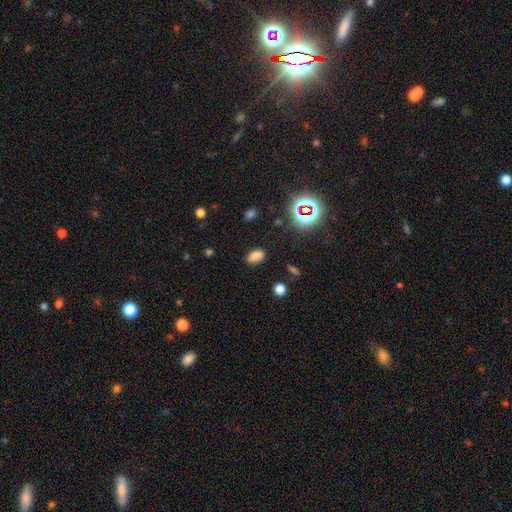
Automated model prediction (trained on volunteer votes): smooth_or_featured: smooth (p=0.75) [alt: star or artifact p=0.18]
how_rounded: in between (p=0.88) [alt: round p=0.09]
merging: none (p=0.82) [alt: minor disturbance p=0.12]